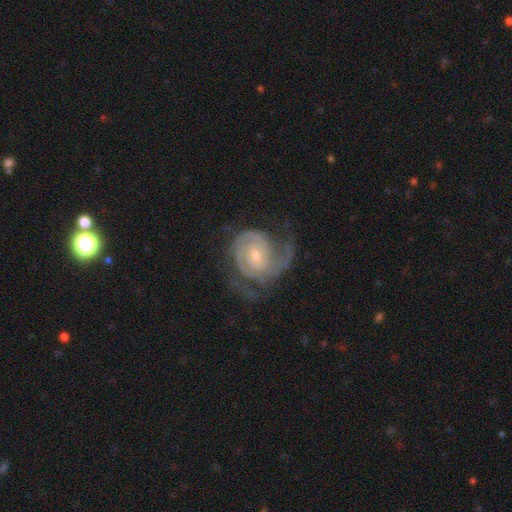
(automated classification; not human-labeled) A featured or disk galaxy (89%) with no bar (59%), 2 (56%) tight (56%) spiral arms (97%) and a small central bulge (64%).

Vote fractions:
- Smooth or featured? featured or disk: 89% / smooth: 7% / star or artifact: 5%
- Edge-on disk? no: 98% / yes: 2%
- Bar? no: 59% / weak: 33% / strong: 8%
- Spiral arms? yes: 97% / no: 3%
- Spiral winding? tight: 56% / medium: 33% / loose: 11%
- Spiral arm count? 2: 56% / can't tell: 15% / 3: 14% / 1: 7% / 4: 4% / more than 4: 3%
- Bulge size? small: 64% / moderate: 32% / large: 2% / none: 1% / dominant: 1%
- Merging? none: 53% / major disturbance: 24% / minor disturbance: 21% / merger: 2%